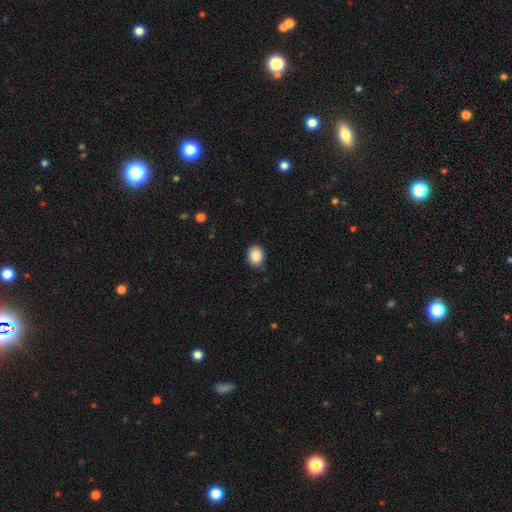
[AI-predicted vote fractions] Smooth or featured?
  - smooth: 89% *
  - star or artifact: 8%
  - featured or disk: 3%
How rounded?
  - in between: 53% *
  - round: 46%
  - cigar-shaped: 1%
Merging?
  - none: 85% *
  - minor disturbance: 11%
  - major disturbance: 2%
  - merger: 1%